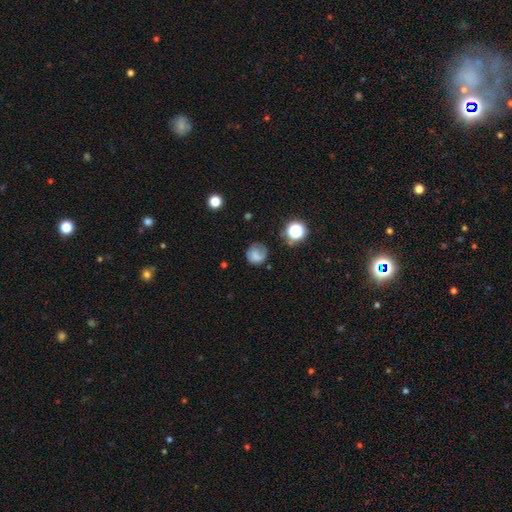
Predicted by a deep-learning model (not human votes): Smooth or featured?
  - smooth: 69% *
  - featured or disk: 17%
  - star or artifact: 13%
How rounded?
  - round: 81% *
  - in between: 18%
  - cigar-shaped: 1%
Merging?
  - none: 58% *
  - minor disturbance: 25%
  - major disturbance: 15%
  - merger: 3%